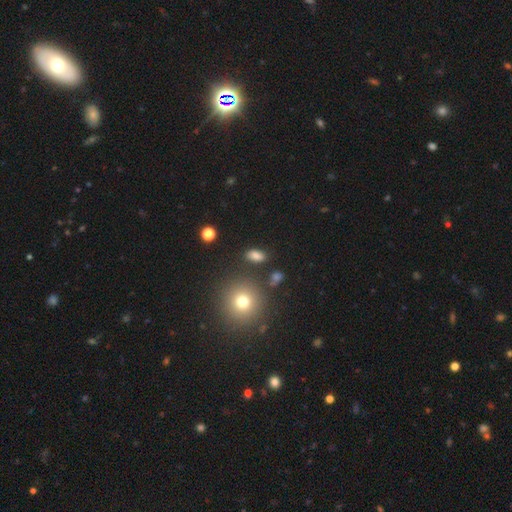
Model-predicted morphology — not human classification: Smooth or featured? Predicted: smooth (p=0.80). How rounded? Predicted: in between (p=0.85). Merging? Predicted: none (p=0.84).